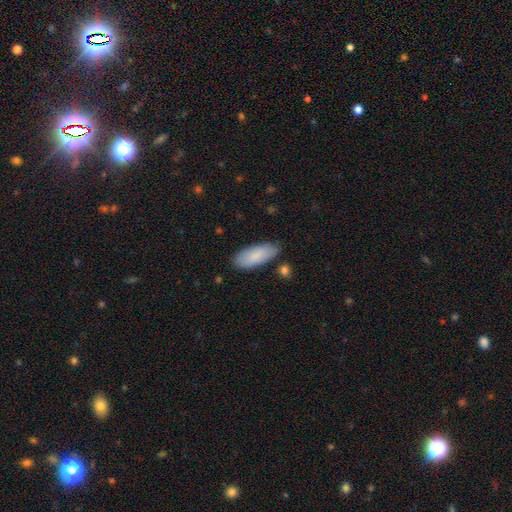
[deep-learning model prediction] Overall: smooth (86%). How rounded: in between (81%). Merging: none (81%).